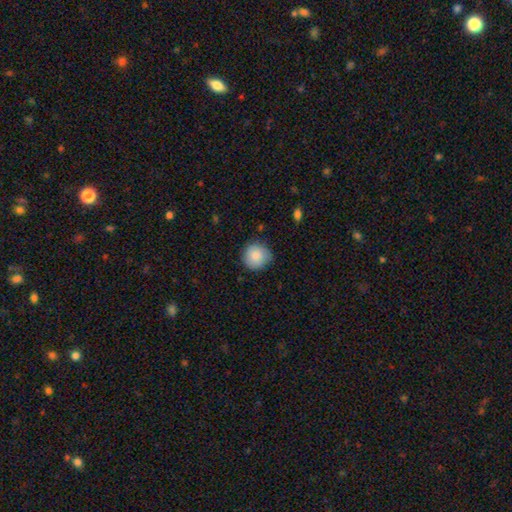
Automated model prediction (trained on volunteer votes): Q: Smooth or featured?
A: smooth (86%); runner-up: star or artifact (8%)
Q: How rounded?
A: round (93%); runner-up: in between (6%)
Q: Merging?
A: none (80%); runner-up: minor disturbance (16%)